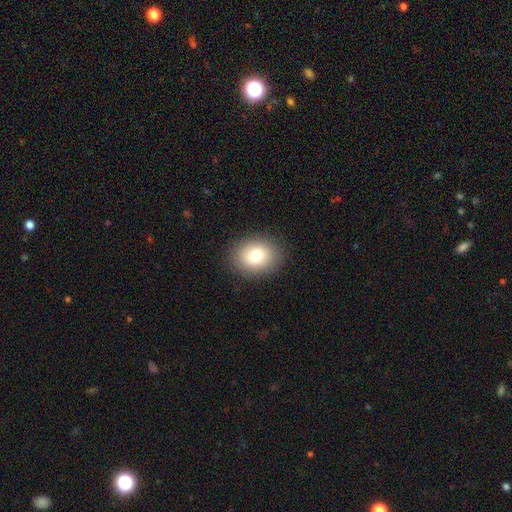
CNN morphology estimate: type=smooth (80%); roundness=in between (52%); merging=none (88%).